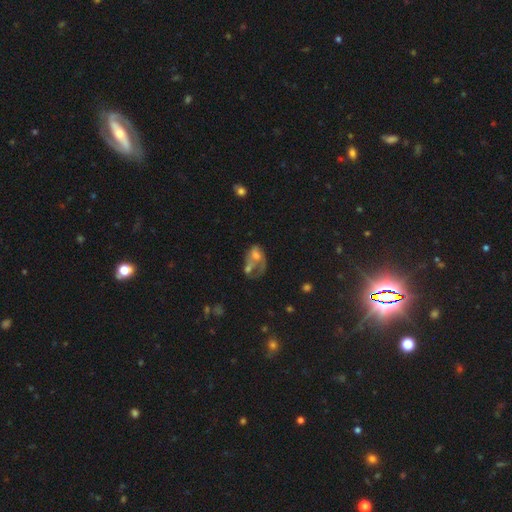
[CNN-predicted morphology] Smooth or featured?
  - featured or disk: 45% *
  - smooth: 43%
  - star or artifact: 12%
Merging?
  - merger: 40% *
  - major disturbance: 30%
  - none: 17%
  - minor disturbance: 13%